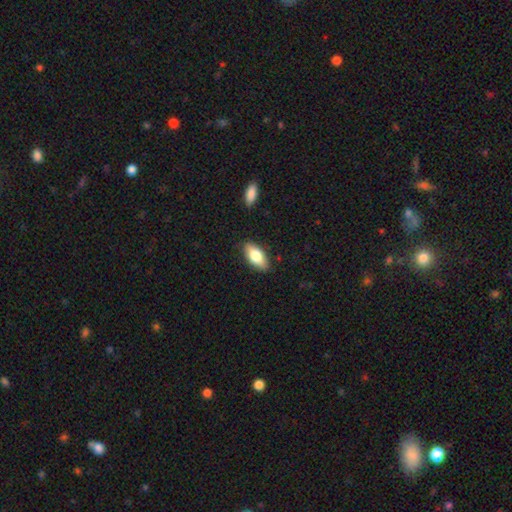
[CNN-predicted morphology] Smooth or featured? Predicted: smooth (p=0.77). How rounded? Predicted: in between (p=0.87). Merging? Predicted: none (p=0.84).